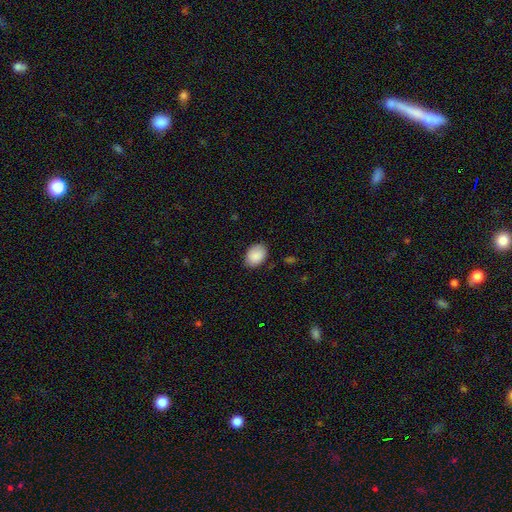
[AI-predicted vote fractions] Smooth or featured? smooth (89%)
How rounded? in between (69%)
Merging? none (81%)